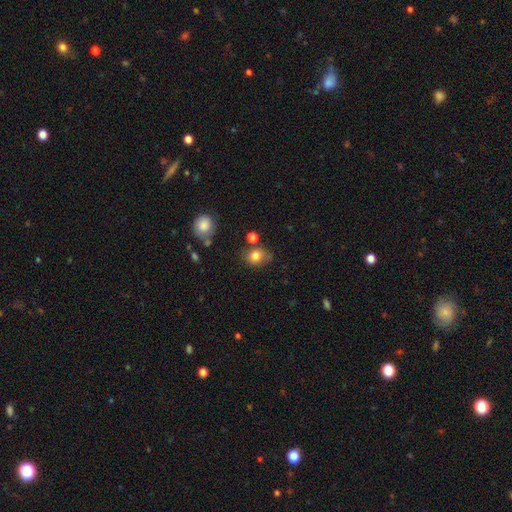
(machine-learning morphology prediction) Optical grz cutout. It shows a smooth galaxy with no disk features (79%) that is round (55%). Merging: none (64%).